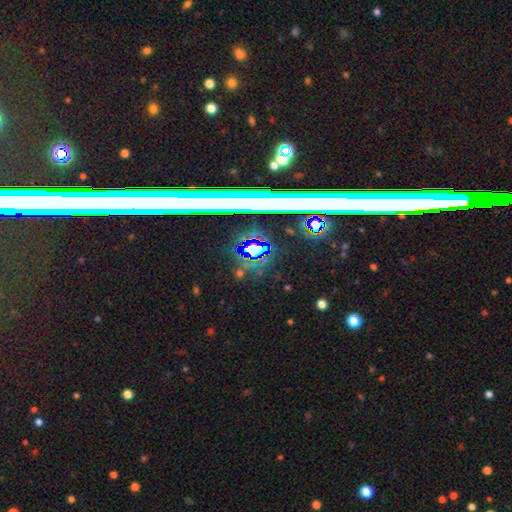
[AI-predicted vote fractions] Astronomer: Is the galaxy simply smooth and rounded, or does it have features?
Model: star or artifact — 58%.